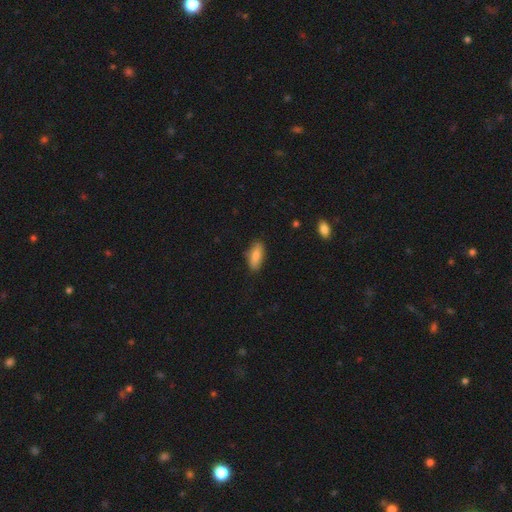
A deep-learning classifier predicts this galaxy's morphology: This is clearly a smooth galaxy (82%). How rounded: likely in between (73%). Merging: clearly none (82%).